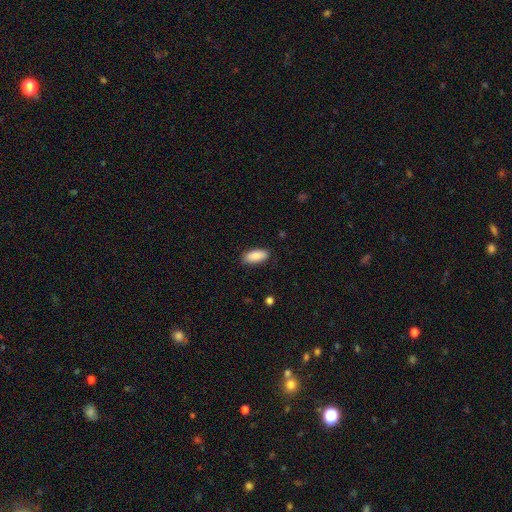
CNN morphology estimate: A smooth galaxy with no disk features (89%) that is in between round and cigar-shaped (89%).

Vote fractions:
- Smooth or featured? smooth: 89% / star or artifact: 6% / featured or disk: 5%
- How rounded? in between: 89% / cigar-shaped: 9% / round: 2%
- Merging? none: 86% / minor disturbance: 10% / major disturbance: 2% / merger: 1%